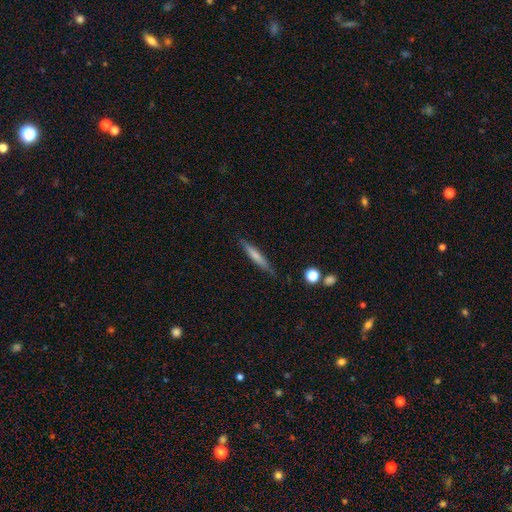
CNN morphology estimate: smooth_or_featured: smooth (p=0.66) [alt: featured or disk p=0.28]
how_rounded: cigar-shaped (p=0.92) [alt: in between p=0.07]
merging: none (p=0.82) [alt: minor disturbance p=0.14]